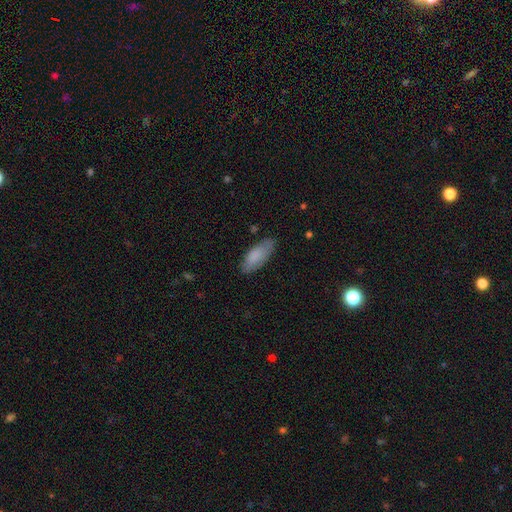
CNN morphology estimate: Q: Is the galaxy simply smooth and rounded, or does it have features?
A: smooth — 84%.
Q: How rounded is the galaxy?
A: in between — 75%.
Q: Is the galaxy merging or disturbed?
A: none — 78%.